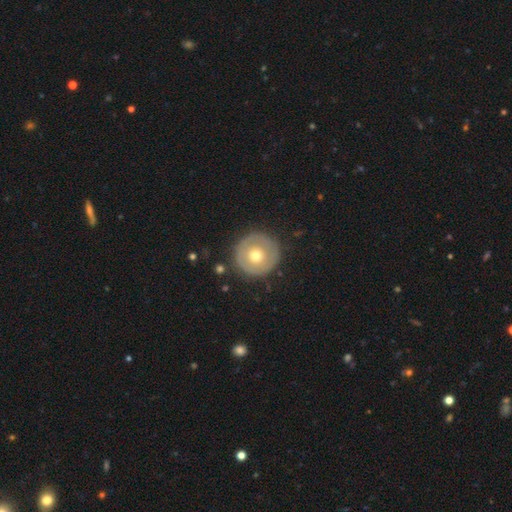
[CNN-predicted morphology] smooth 52%, featured or disk 42%, star or artifact 6%. Down the decision tree: how rounded — round (95%); merging — none (86%).